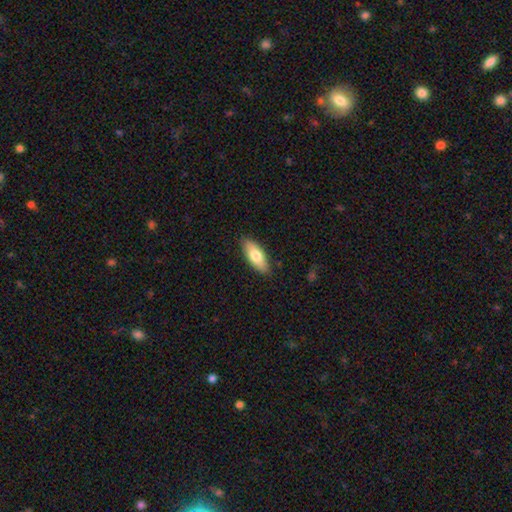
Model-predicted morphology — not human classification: smooth-or-featured: smooth: 72% | featured or disk: 22% | star or artifact: 6%
  how-rounded: in between: 75% | cigar-shaped: 22% | round: 2%
  merging: none: 87% | minor disturbance: 10% | major disturbance: 2% | merger: 1%